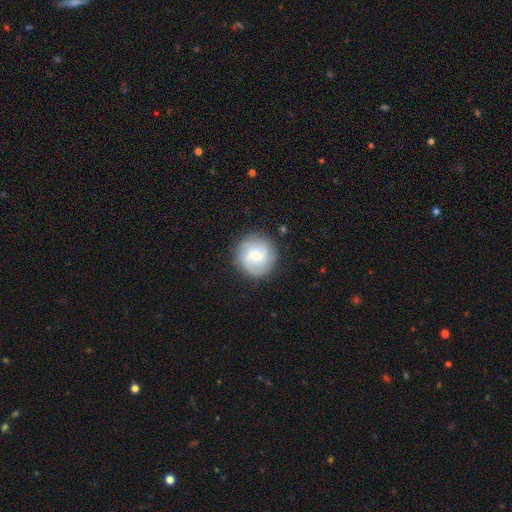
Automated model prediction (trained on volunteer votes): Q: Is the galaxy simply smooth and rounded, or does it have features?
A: featured or disk — 49%.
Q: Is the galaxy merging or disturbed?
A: none — 87%.